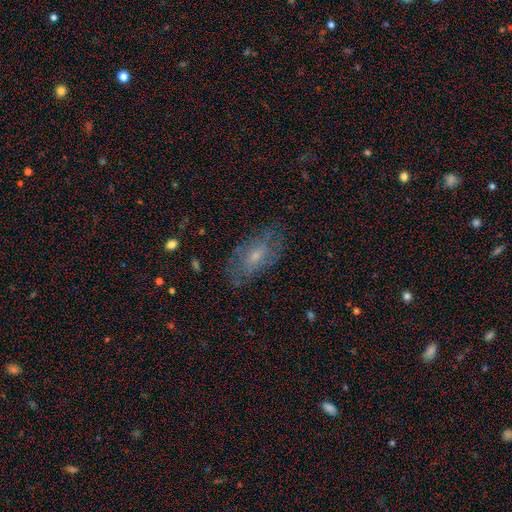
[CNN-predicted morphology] Q: Smooth or featured?
A: featured or disk (51%); runner-up: smooth (39%)
Q: Edge-on disk?
A: no (89%); runner-up: yes (11%)
Q: Merging?
A: none (69%); runner-up: minor disturbance (20%)